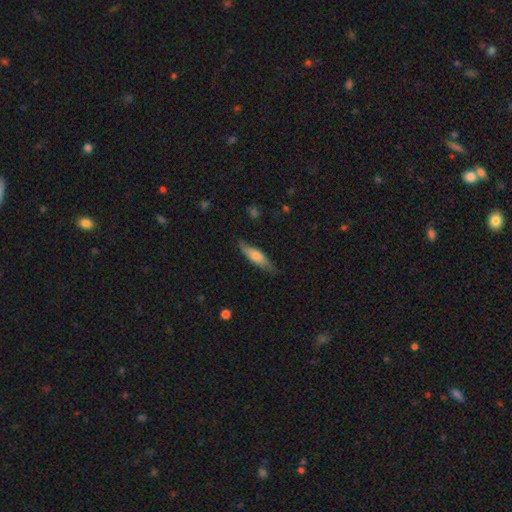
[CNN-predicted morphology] Smooth or featured: smooth — 66% (featured or disk — 29%)
How rounded: cigar-shaped — 63% (in between — 35%)
Merging: none — 76% (minor disturbance — 19%)